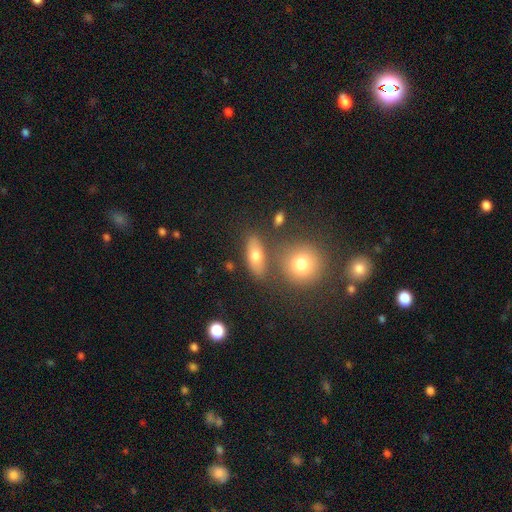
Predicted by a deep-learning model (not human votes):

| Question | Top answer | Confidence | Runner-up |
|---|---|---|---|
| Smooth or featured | smooth | 67% | featured or disk (20%) |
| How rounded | in between | 66% | round (18%) |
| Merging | none | 73% | merger (12%) |